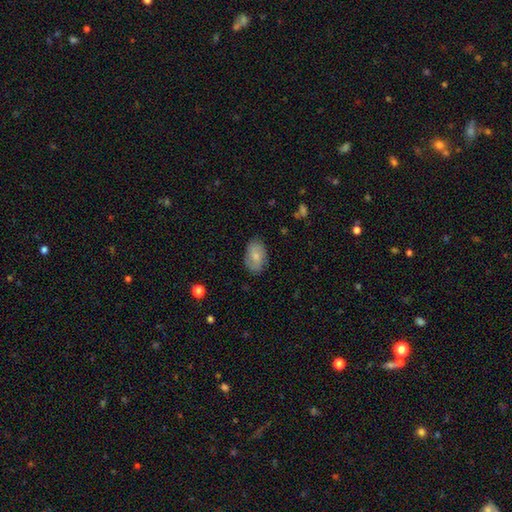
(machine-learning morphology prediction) A smooth galaxy with no disk features (71%) that is in between round and cigar-shaped (89%).

Vote fractions:
- Smooth or featured? smooth: 71% / featured or disk: 22% / star or artifact: 7%
- How rounded? in between: 89% / round: 10% / cigar-shaped: 1%
- Merging? none: 81% / minor disturbance: 14% / major disturbance: 3% / merger: 1%